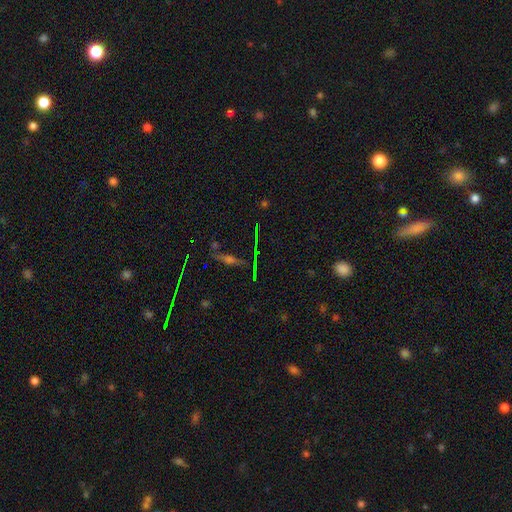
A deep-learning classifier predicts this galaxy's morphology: This appears to be a star or artifact, not a galaxy (45%).